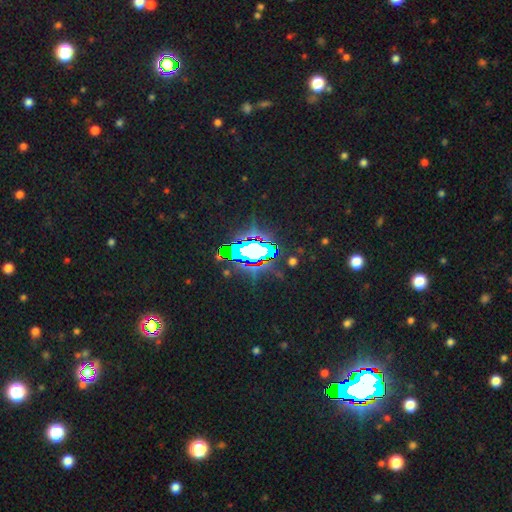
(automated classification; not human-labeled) This is likely a star or artifact rather than a galaxy (70%).